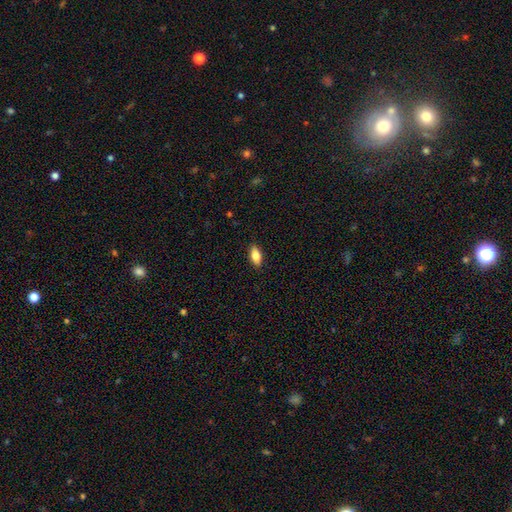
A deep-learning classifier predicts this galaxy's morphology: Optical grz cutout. It shows a smooth galaxy with no disk features (81%) that is in between round and cigar-shaped (86%). Merging: none (88%).